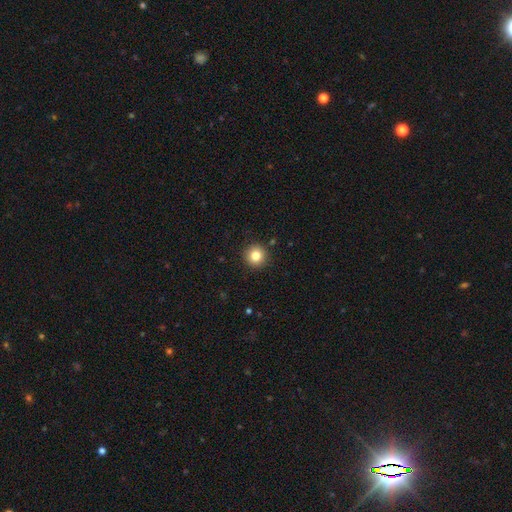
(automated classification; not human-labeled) smooth-or-featured: smooth: 82% | star or artifact: 11% | featured or disk: 7%
  how-rounded: round: 95% | in between: 4% | cigar-shaped: 1%
  merging: none: 92% | minor disturbance: 5% | major disturbance: 2% | merger: 1%